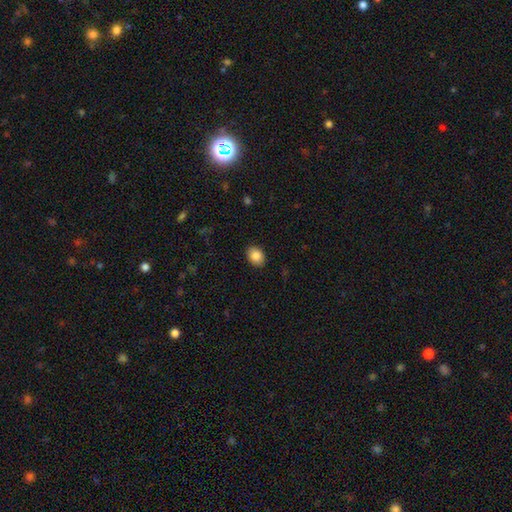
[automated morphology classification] The model was most divided on "how rounded": in between: 66%, round: 33%, cigar-shaped: 1%. More confident: merging — none (89%); smooth or featured — smooth (87%).